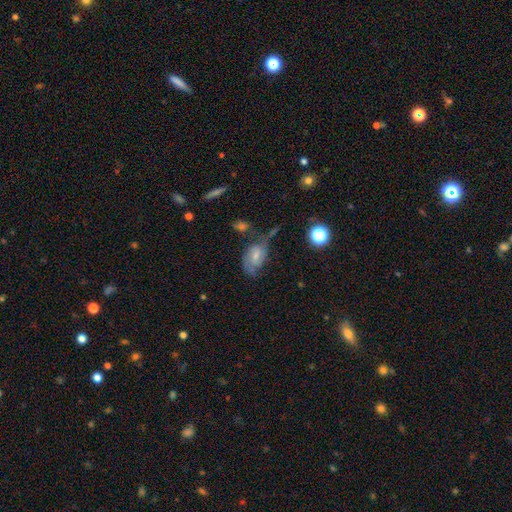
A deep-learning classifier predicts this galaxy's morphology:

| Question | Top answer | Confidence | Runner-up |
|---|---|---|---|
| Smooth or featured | smooth | 45% | featured or disk (44%) |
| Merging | none | 35% | minor disturbance (26%) |